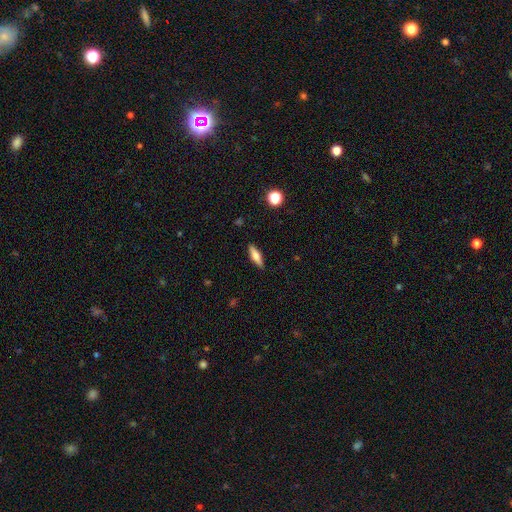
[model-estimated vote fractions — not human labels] Overall: smooth (65%; featured or disk 27%). How rounded: cigar-shaped (56%; in between 42%). Merging: none (88%).